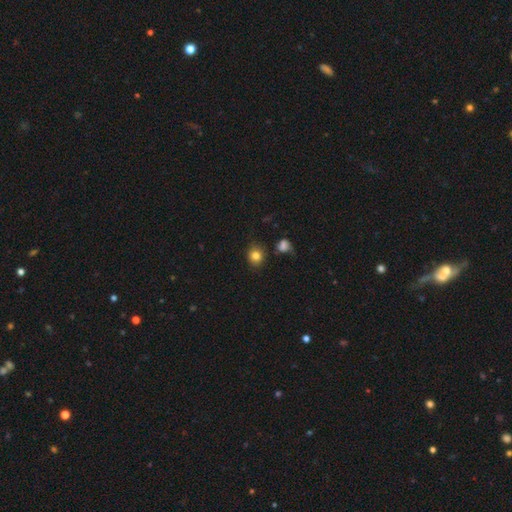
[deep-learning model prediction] Smooth or featured? Predicted: smooth (p=0.82). How rounded? Predicted: round (p=0.78). Merging? Predicted: none (p=0.82).